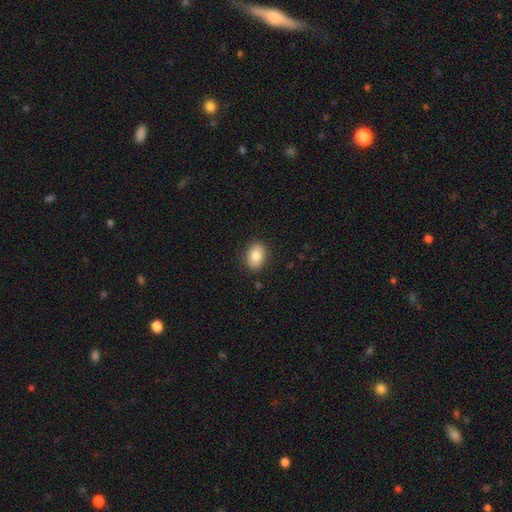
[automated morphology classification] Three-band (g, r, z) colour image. It shows a smooth galaxy with no disk features (83%) that is in between round and cigar-shaped (76%). Merging: none (87%).